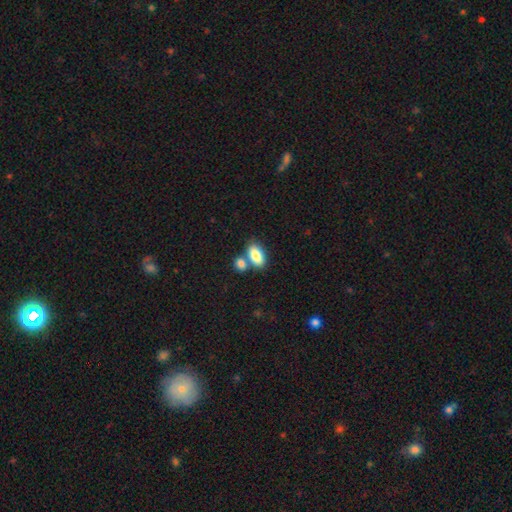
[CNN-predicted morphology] This is clearly a smooth galaxy (84%). How rounded: clearly in between (91%). Merging: possibly none (50%).